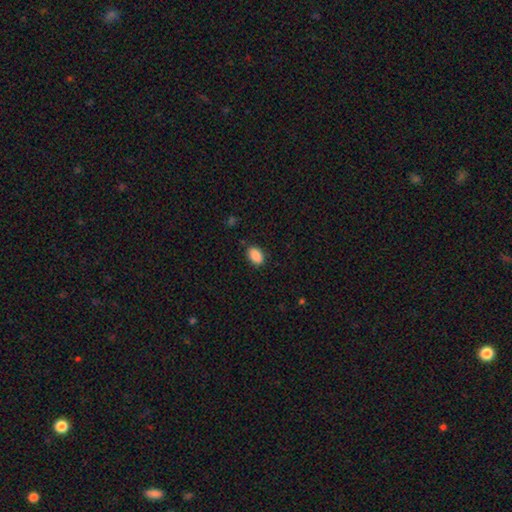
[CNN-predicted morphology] Smooth or featured?
  - smooth: 89% *
  - star or artifact: 8%
  - featured or disk: 3%
How rounded?
  - in between: 88% *
  - round: 11%
  - cigar-shaped: 1%
Merging?
  - none: 85% *
  - minor disturbance: 11%
  - major disturbance: 3%
  - merger: 1%